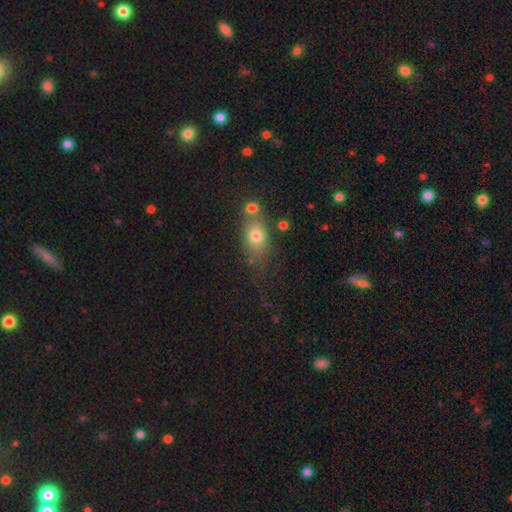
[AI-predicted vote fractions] Overall: smooth (65%). How rounded: in between (57%; round 35%). Merging: none (65%).